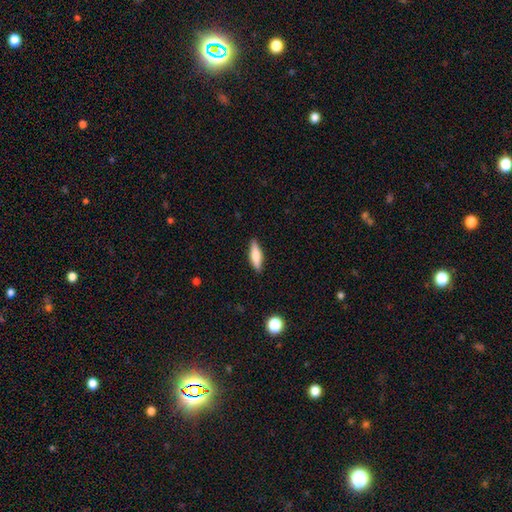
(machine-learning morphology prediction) smooth-or-featured: smooth: 74% | featured or disk: 20% | star or artifact: 6%
  how-rounded: cigar-shaped: 60% | in between: 38% | round: 2%
  merging: none: 88% | minor disturbance: 9% | major disturbance: 2% | merger: 1%